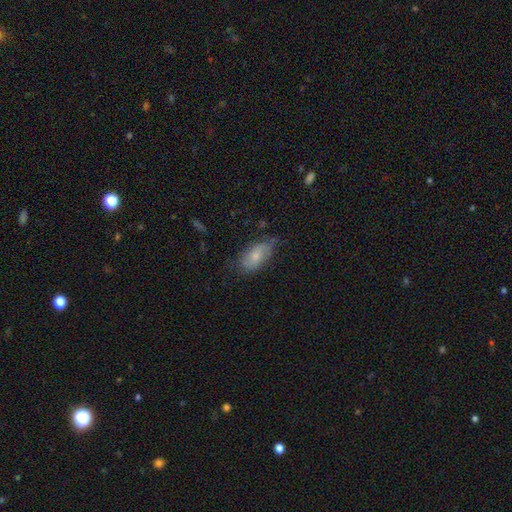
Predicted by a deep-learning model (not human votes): Smooth or featured? Predicted: smooth (p=0.70). How rounded? Predicted: in between (p=0.89). Merging? Predicted: none (p=0.54).